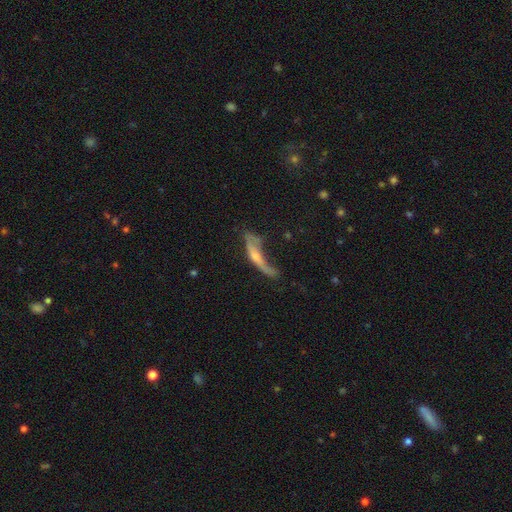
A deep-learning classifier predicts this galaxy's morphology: smooth_or_featured: featured or disk (p=0.54) [alt: smooth p=0.36]
disk_edge_on: yes (p=0.56) [alt: no p=0.44]
merging: major disturbance (p=0.42) [alt: none p=0.27]